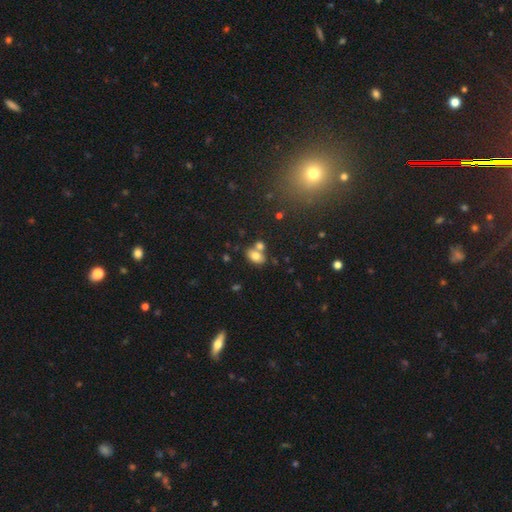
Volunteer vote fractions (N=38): Smooth or featured?
  - smooth: 76% *
  - featured or disk: 16%
  - star or artifact: 8%
How rounded?
  - in between: 97% *
  - round: 3%
  - cigar-shaped: 0%
Merging?
  - none: 49% *
  - merger: 43%
  - minor disturbance: 9%
  - major disturbance: 0%